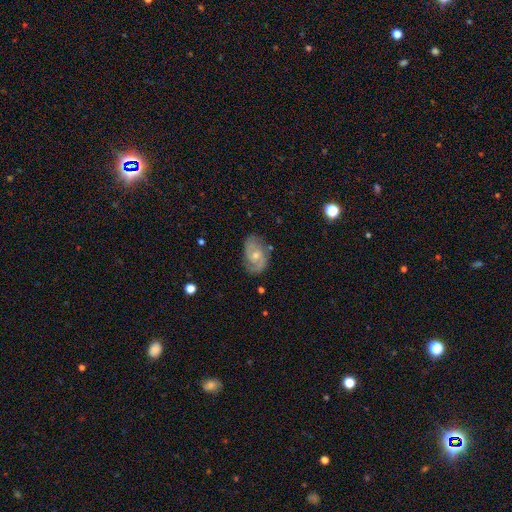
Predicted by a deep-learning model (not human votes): This appears to be a featured or disk galaxy (68%) with no bar (64%), 2 (68%) medium (43%) spiral arms (85%) and a moderate central bulge (55%). Merging: none (70%).